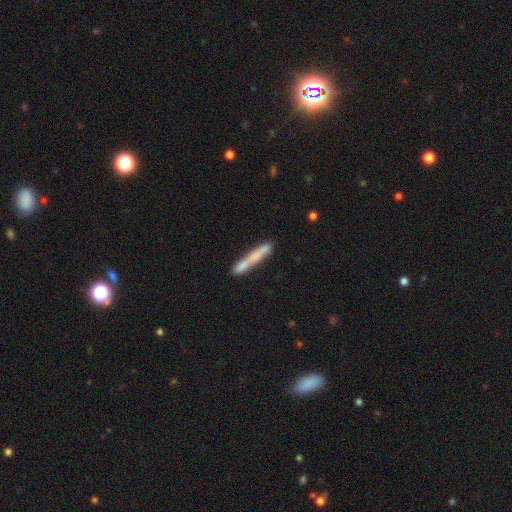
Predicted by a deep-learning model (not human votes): This is likely a smooth galaxy (66%). How rounded: clearly cigar-shaped (95%). Merging: likely none (72%).